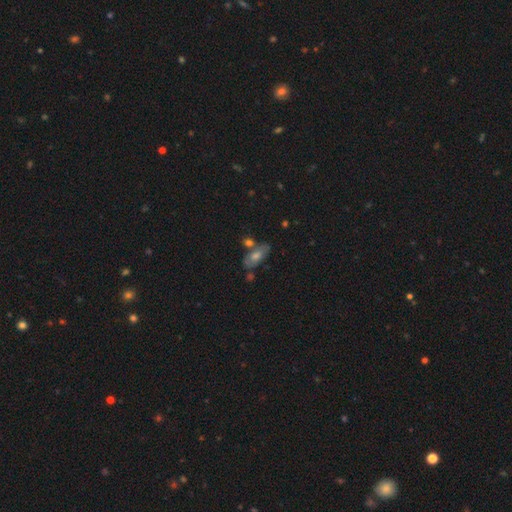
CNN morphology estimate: Overall: smooth (46%; featured or disk 41%). Merging: none (58%; merger 18%).